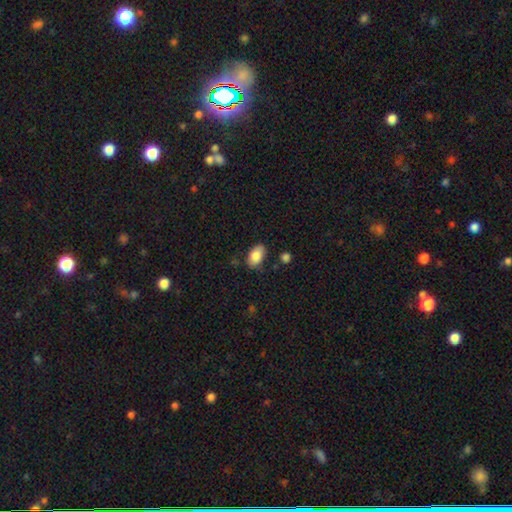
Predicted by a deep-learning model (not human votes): Q: Smooth or featured?
A: smooth (84%); runner-up: featured or disk (9%)
Q: How rounded?
A: in between (91%); runner-up: round (8%)
Q: Merging?
A: none (78%); runner-up: minor disturbance (16%)